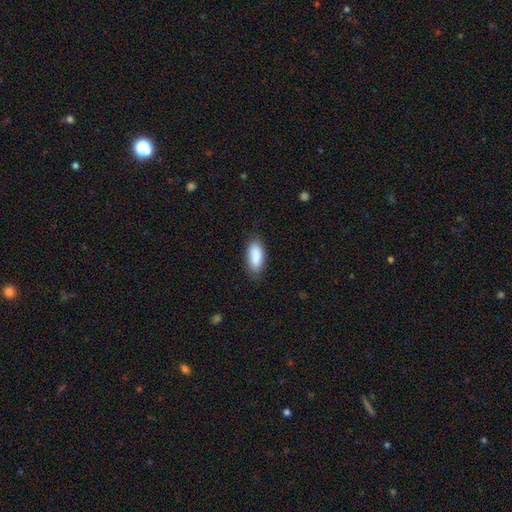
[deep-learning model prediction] Smooth or featured? smooth (90%)
How rounded? in between (87%)
Merging? none (83%)